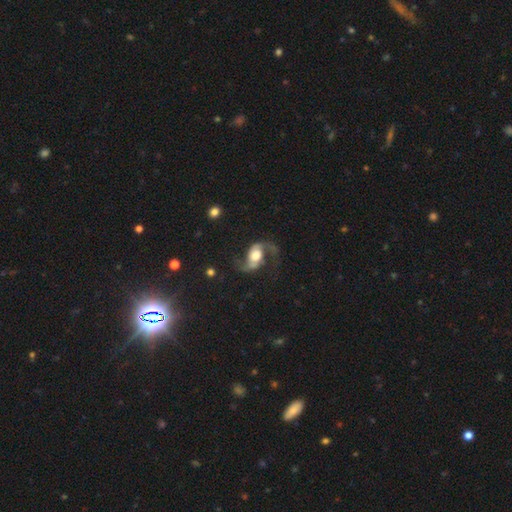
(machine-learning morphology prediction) featured or disk 83%, smooth 11%, star or artifact 6%. Down the decision tree: edge-on disk — no (96%); bar — no (51%); spiral arms — yes (95%); spiral arm count — 2 (93%); spiral winding — loose (69%); bulge size — moderate (43%); merging — none (64%).